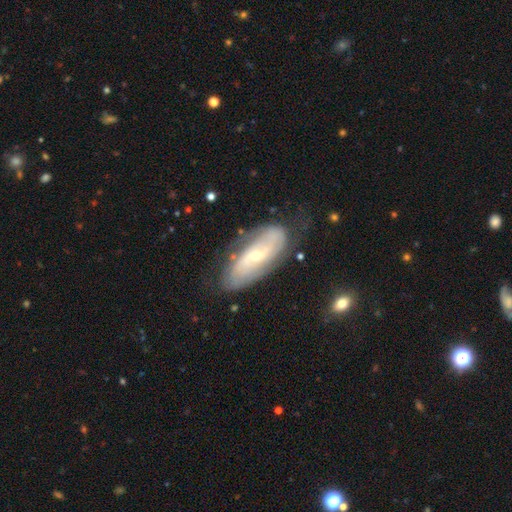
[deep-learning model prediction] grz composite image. It shows a featured or disk galaxy (74%) with no bar (44%), 2 (57%) tight (39%) spiral arms (83%) and a small central bulge (63%). Merging: none (70%).